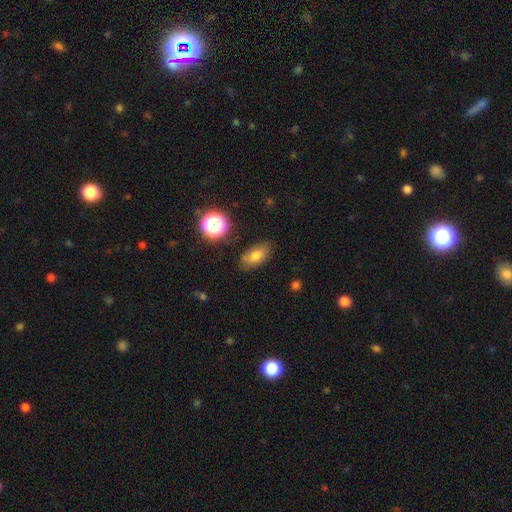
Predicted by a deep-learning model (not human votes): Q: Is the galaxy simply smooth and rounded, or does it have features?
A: smooth — 74%.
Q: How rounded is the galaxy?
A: in between — 84%.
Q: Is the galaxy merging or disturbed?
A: none — 77%.